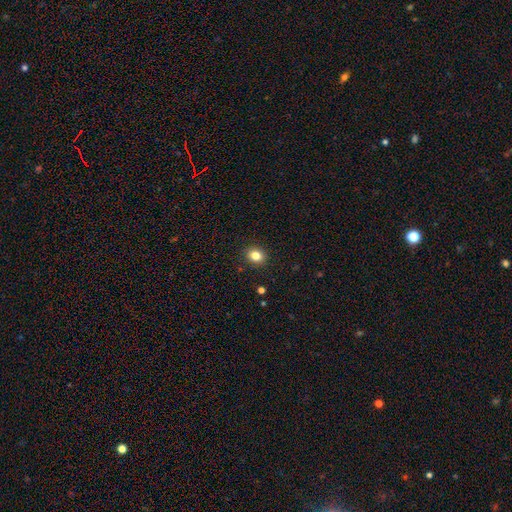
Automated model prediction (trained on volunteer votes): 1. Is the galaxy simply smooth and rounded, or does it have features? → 83% smooth, 11% star or artifact, 6% featured or disk.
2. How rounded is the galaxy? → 59% round, 40% in between, 1% cigar-shaped.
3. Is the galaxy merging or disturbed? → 91% none, 6% minor disturbance, 2% major disturbance, 1% merger.